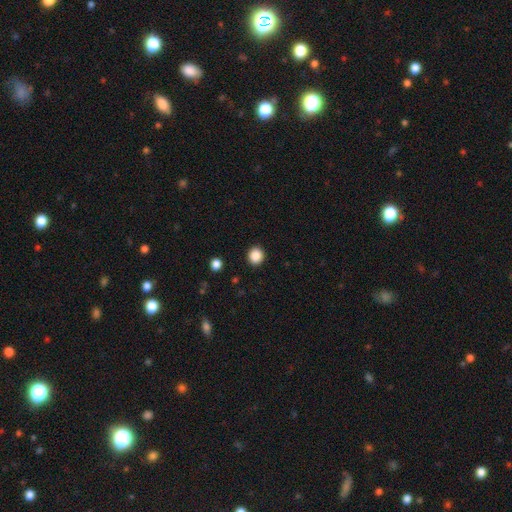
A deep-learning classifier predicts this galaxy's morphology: Q: Smooth or featured?
A: smooth (87%); runner-up: star or artifact (10%)
Q: How rounded?
A: round (90%); runner-up: in between (9%)
Q: Merging?
A: none (92%); runner-up: minor disturbance (5%)